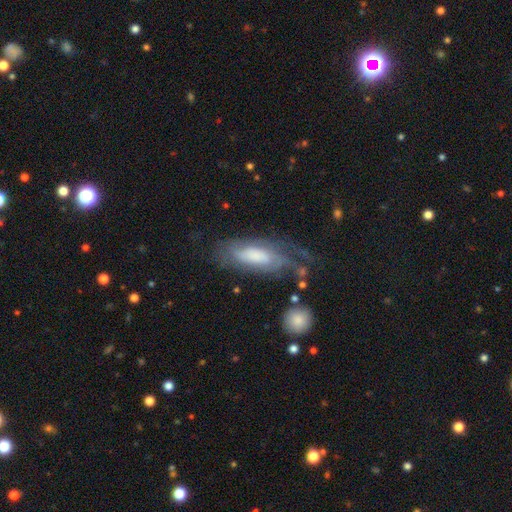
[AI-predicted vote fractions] Smooth or featured? featured or disk (58%)
Edge-on disk? no (85%)
Merging? none (47%)